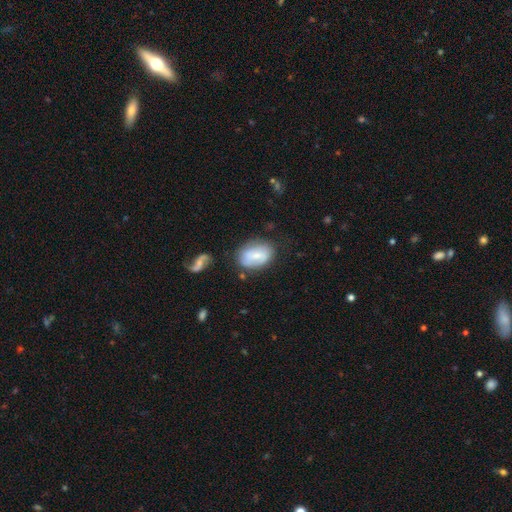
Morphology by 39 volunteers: Q: Smooth or featured?
A: smooth (62%); runner-up: featured or disk (28%)
Q: How rounded?
A: in between (83%); runner-up: round (17%)
Q: Merging?
A: none (66%); runner-up: minor disturbance (17%)